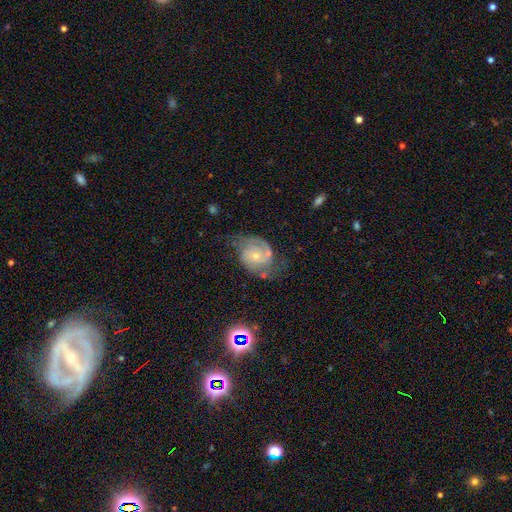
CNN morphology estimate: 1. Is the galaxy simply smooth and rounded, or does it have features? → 79% featured or disk, 13% smooth, 8% star or artifact.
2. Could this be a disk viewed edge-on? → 97% no, 3% yes.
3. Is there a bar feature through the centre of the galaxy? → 68% no, 26% weak, 5% strong.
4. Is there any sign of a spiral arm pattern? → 93% yes, 7% no.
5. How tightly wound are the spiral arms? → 45% medium, 37% tight, 17% loose.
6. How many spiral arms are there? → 76% 2, 11% can't tell, 5% 3, 5% 1, 2% 4, 2% more than 4.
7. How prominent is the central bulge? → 63% small, 32% moderate, 2% none, 2% large, 1% dominant.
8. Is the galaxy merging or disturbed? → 55% none, 24% minor disturbance, 16% major disturbance, 5% merger.